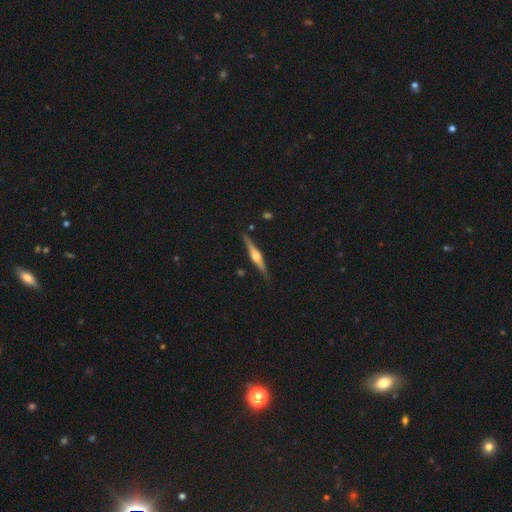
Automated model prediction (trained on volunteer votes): Overall: featured or disk (75%). Edge-on disk: yes (98%). Edge-on bulge: rounded (89%). Merging: none (88%).